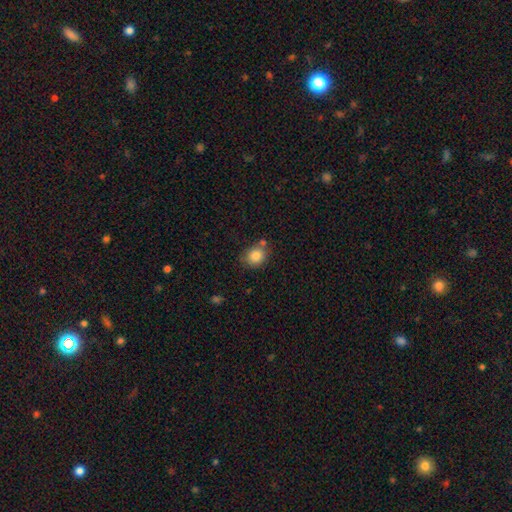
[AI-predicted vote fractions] Smooth or featured: smooth — 84% (star or artifact — 9%)
How rounded: round — 63% (in between — 36%)
Merging: none — 68% (minor disturbance — 16%)